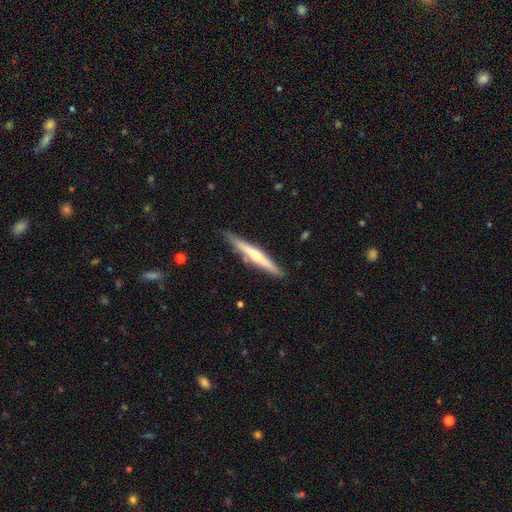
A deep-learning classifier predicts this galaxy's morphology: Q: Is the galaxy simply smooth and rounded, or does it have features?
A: featured or disk — 62%.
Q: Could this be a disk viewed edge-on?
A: yes — 96%.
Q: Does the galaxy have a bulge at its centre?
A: rounded — 79%.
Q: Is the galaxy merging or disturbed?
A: none — 85%.